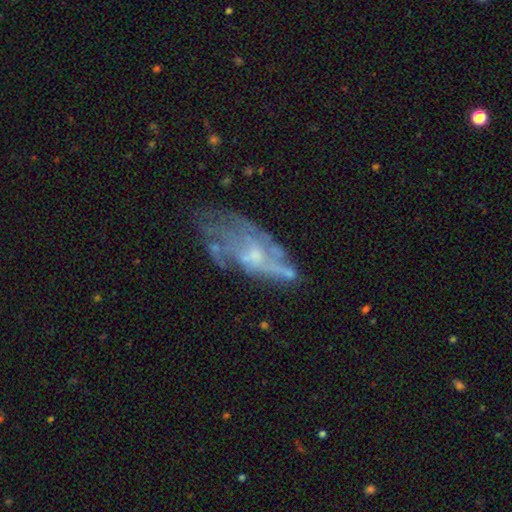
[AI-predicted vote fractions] The model was most divided on "merging": none: 45%, minor disturbance: 25%, major disturbance: 23%, merger: 6%. More confident: edge-on disk — no (90%); smooth or featured — featured or disk (71%); bar — no (71%); spiral arms — yes (60%); bulge size — small (51%).